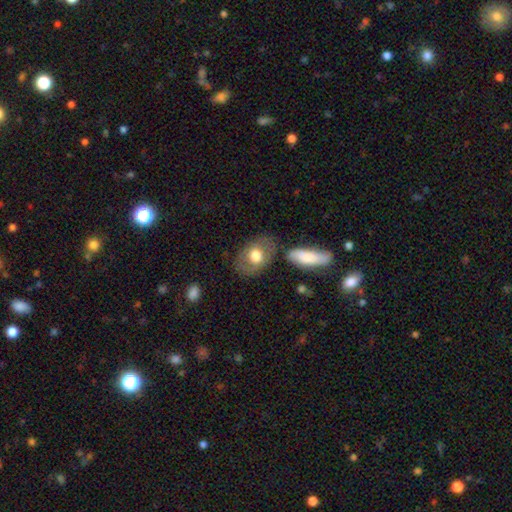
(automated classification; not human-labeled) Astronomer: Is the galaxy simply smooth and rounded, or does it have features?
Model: smooth — 63%.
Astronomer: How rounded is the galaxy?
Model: in between — 77%.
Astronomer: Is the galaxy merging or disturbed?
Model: none — 70%.